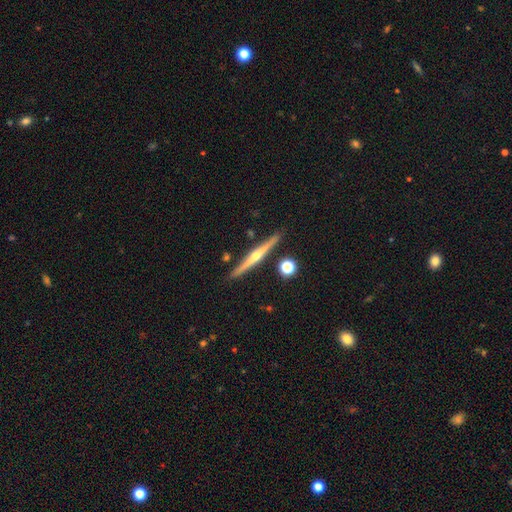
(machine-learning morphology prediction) Smooth or featured? Predicted: featured or disk (p=0.78). Edge-on disk? Predicted: yes (p=0.98). Edge-on bulge? Predicted: rounded (p=0.87). Merging? Predicted: none (p=0.89).